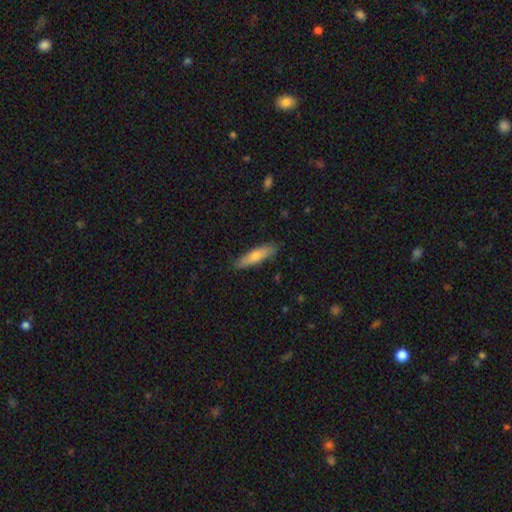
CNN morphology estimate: A smooth galaxy with no disk features (70%) that is cigar-shaped (72%).

Vote fractions:
- Smooth or featured? smooth: 70% / featured or disk: 25% / star or artifact: 6%
- How rounded? cigar-shaped: 72% / in between: 26% / round: 2%
- Merging? none: 87% / minor disturbance: 10% / major disturbance: 2% / merger: 1%